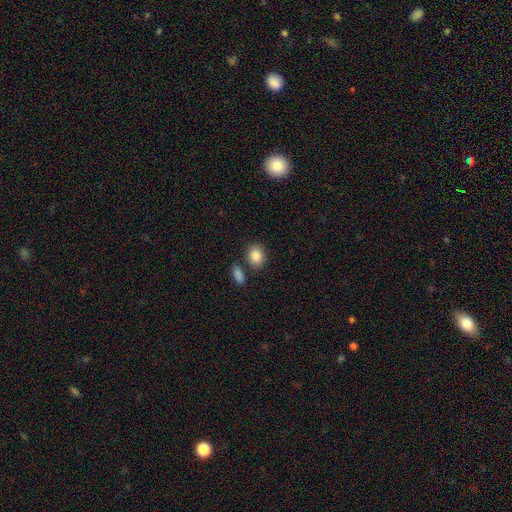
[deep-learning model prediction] Q: Smooth or featured?
A: smooth (87%); runner-up: star or artifact (8%)
Q: How rounded?
A: in between (54%); runner-up: round (45%)
Q: Merging?
A: none (75%); runner-up: minor disturbance (11%)